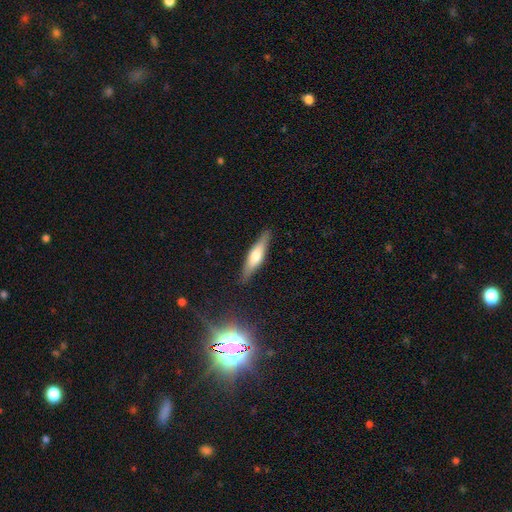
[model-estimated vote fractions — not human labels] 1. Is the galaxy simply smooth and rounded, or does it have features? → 47% featured or disk, 46% smooth, 6% star or artifact.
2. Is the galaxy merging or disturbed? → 88% none, 9% minor disturbance, 2% major disturbance, 1% merger.